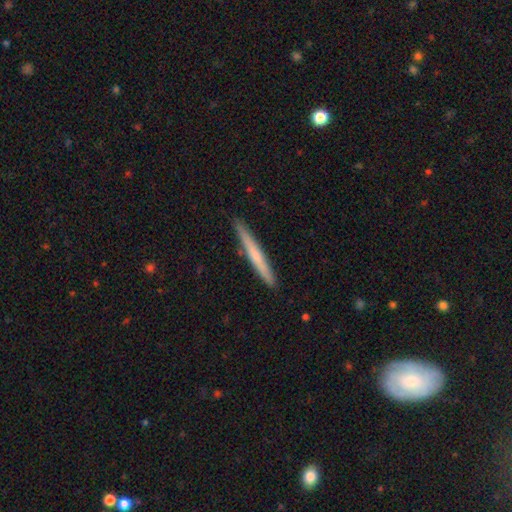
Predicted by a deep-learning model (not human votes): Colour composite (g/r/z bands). It shows a smooth galaxy with no disk features (53%) that is cigar-shaped (97%). Merging: none (91%).